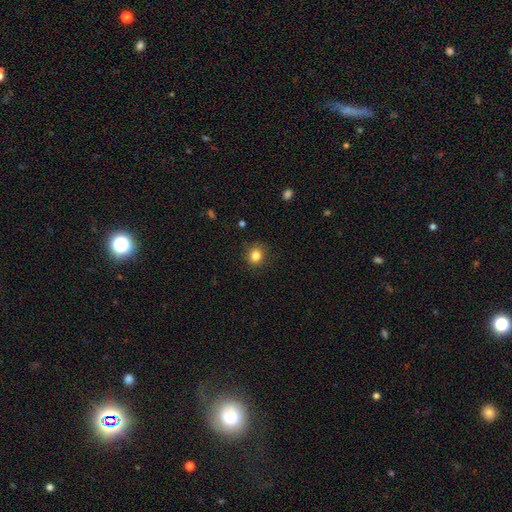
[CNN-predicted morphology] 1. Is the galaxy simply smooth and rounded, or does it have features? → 83% smooth, 11% star or artifact, 5% featured or disk.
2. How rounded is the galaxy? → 81% round, 18% in between, 1% cigar-shaped.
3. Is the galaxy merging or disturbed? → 87% none, 9% minor disturbance, 3% major disturbance, 1% merger.